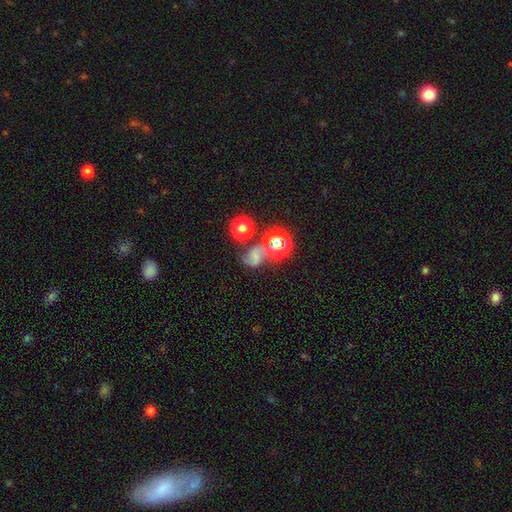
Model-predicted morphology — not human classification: Smooth or featured? featured or disk (40%)
Merging? none (44%)